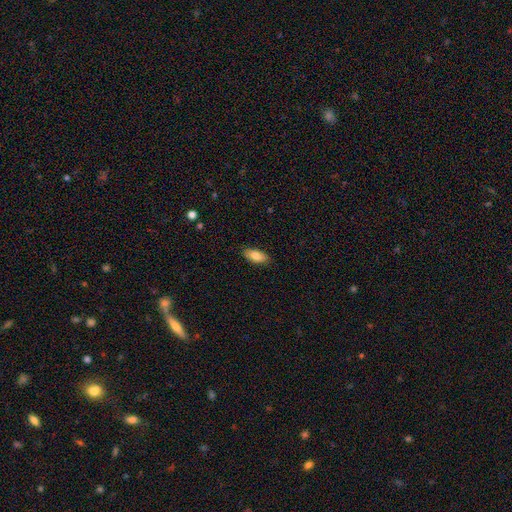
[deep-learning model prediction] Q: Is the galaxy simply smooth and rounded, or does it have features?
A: smooth — 83%.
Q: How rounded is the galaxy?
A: in between — 85%.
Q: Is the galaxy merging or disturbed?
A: none — 88%.